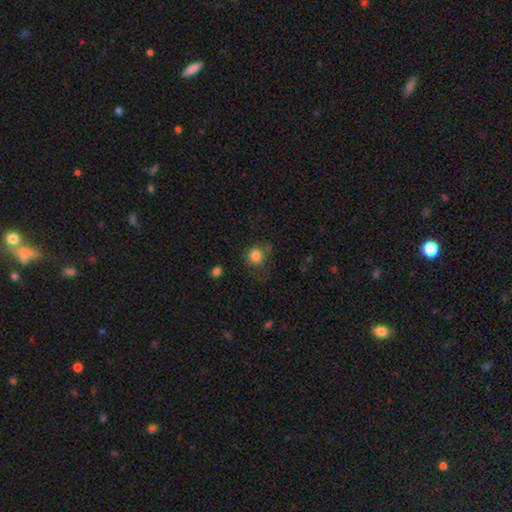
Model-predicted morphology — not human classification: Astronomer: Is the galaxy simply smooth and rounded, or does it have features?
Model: smooth — 83%.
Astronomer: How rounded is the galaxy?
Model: round — 86%.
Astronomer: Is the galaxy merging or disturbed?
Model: none — 63%.